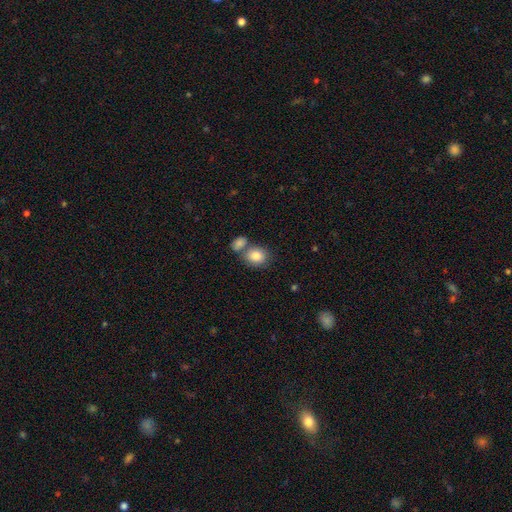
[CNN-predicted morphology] smooth_or_featured: smooth (p=0.85) [alt: star or artifact p=0.08]
how_rounded: round (p=0.56) [alt: in between p=0.43]
merging: none (p=0.48) [alt: merger p=0.38]